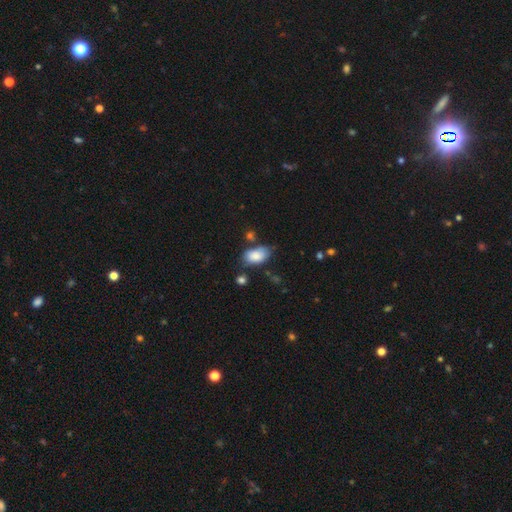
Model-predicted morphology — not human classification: smooth-or-featured: smooth: 83% | featured or disk: 10% | star or artifact: 7%
  how-rounded: in between: 93% | round: 6% | cigar-shaped: 2%
  merging: none: 59% | minor disturbance: 25% | merger: 10% | major disturbance: 7%